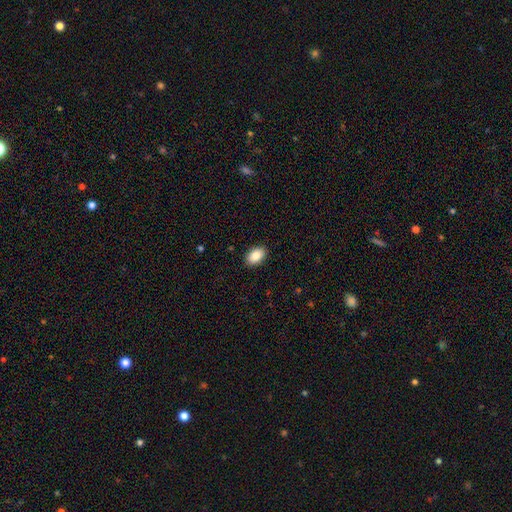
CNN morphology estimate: A smooth galaxy with no disk features (87%) that is in between round and cigar-shaped (92%).

Vote fractions:
- Smooth or featured? smooth: 87% / star or artifact: 7% / featured or disk: 6%
- How rounded? in between: 92% / round: 7% / cigar-shaped: 1%
- Merging? none: 90% / minor disturbance: 7% / major disturbance: 2% / merger: 1%